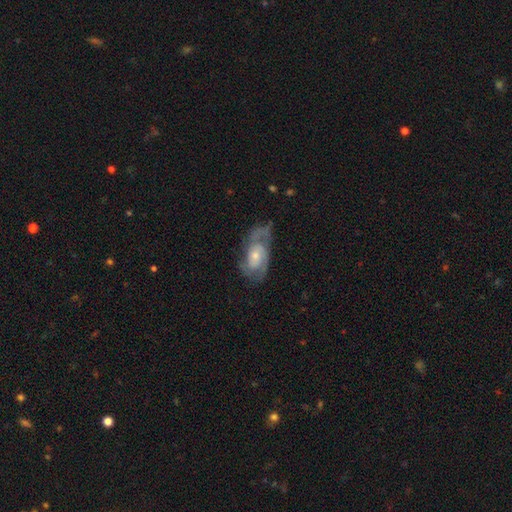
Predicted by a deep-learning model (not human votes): Smooth or featured: featured or disk — 77% (smooth — 17%)
Edge-on disk: no — 95% (yes — 5%)
Bar: no — 68% (weak — 27%)
Spiral arms: yes — 90% (no — 10%)
Spiral winding: medium — 45% (tight — 38%)
Spiral arm count: 2 — 61% (can't tell — 19%)
Bulge size: small — 49% (moderate — 42%)
Merging: none — 53% (minor disturbance — 25%)